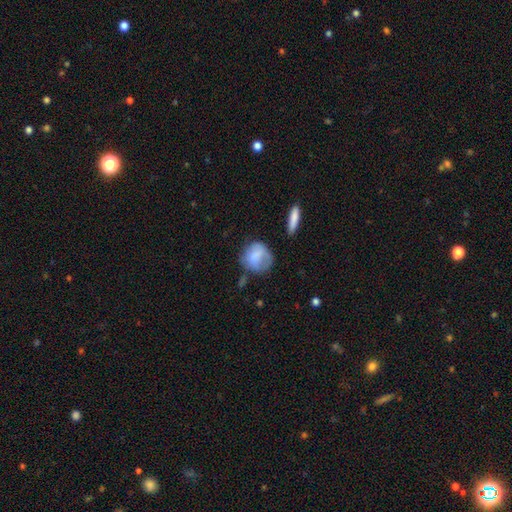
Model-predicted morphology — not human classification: This is likely a smooth galaxy (73%). How rounded: likely round (71%). Merging: possibly none (47%).